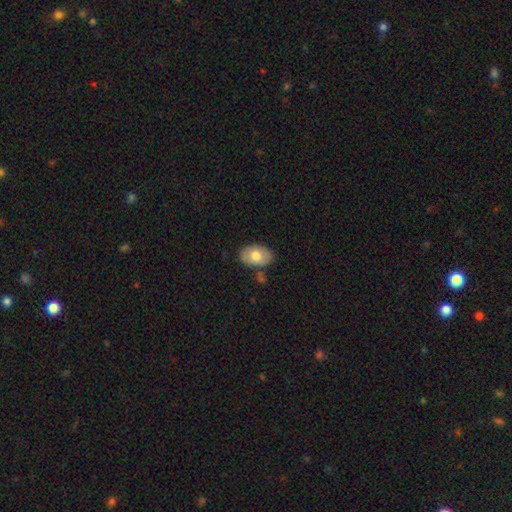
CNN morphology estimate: Smooth or featured? smooth (73%)
How rounded? in between (89%)
Merging? none (77%)